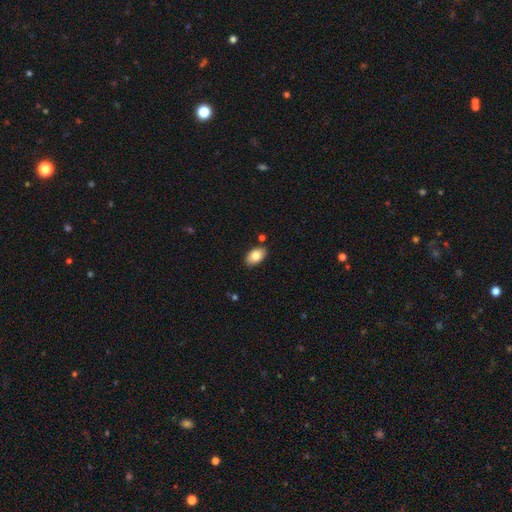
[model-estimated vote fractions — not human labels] Morphology: type=smooth (83%); roundness=in between (92%); merging=none (83%).